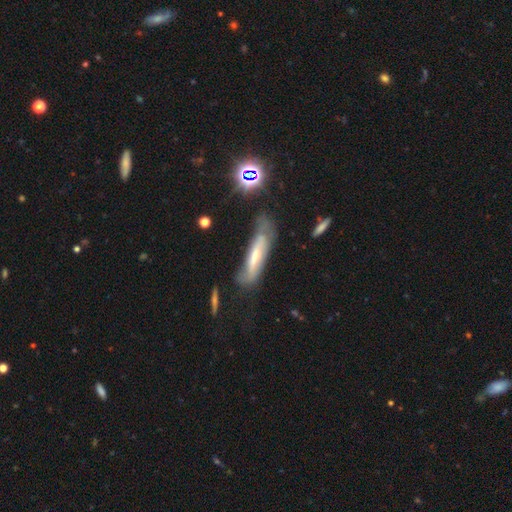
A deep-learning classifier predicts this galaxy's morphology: A featured or disk galaxy (52%).

Vote fractions:
- Smooth or featured? featured or disk: 52% / smooth: 35% / star or artifact: 13%
- Edge-on disk? no: 51% / yes: 49%
- Merging? none: 47% / minor disturbance: 29% / major disturbance: 19% / merger: 5%